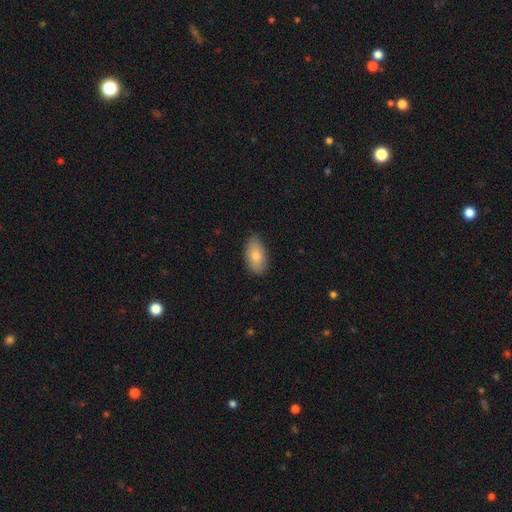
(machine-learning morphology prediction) smooth_or_featured: smooth (p=0.81) [alt: featured or disk p=0.13]
how_rounded: in between (p=0.93) [alt: round p=0.04]
merging: none (p=0.83) [alt: minor disturbance p=0.14]